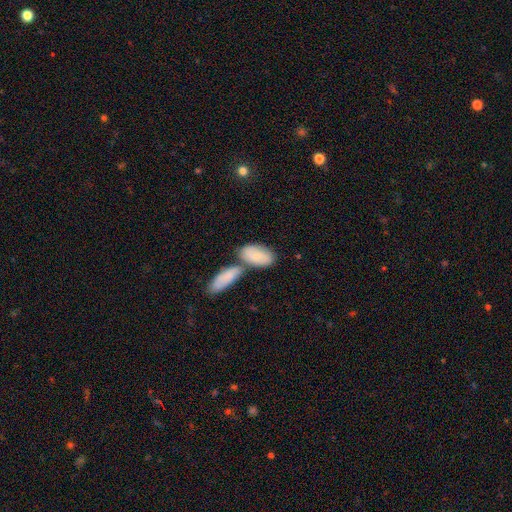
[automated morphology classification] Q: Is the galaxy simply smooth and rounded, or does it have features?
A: smooth — 74%.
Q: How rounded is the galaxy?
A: in between — 90%.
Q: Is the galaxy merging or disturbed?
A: merger — 42%.